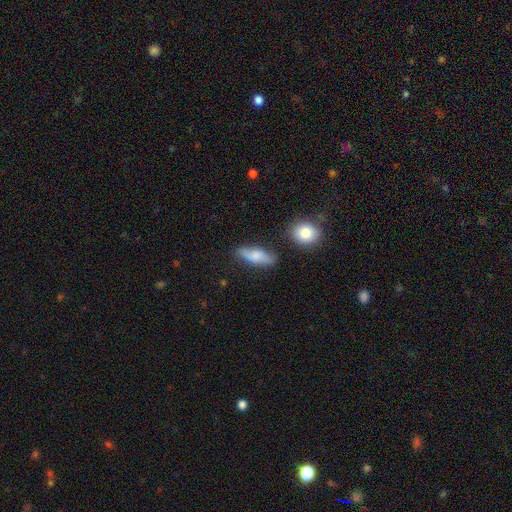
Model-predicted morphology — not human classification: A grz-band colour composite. It shows a smooth galaxy with no disk features (61%) that is in between round and cigar-shaped (60%). Merging: none (76%).